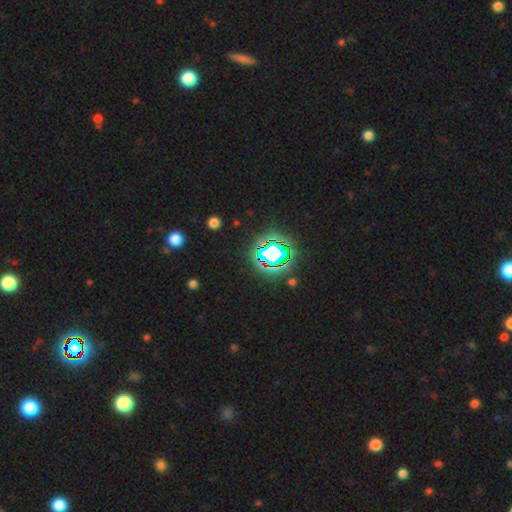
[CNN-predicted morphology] This appears to be a star or artifact, not a galaxy (79%).